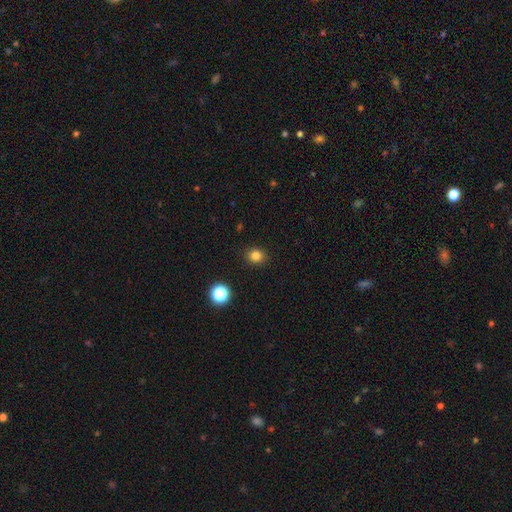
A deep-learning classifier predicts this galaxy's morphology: Smooth or featured: smooth — 82% (star or artifact — 14%)
How rounded: round — 78% (in between — 21%)
Merging: none — 90% (minor disturbance — 7%)